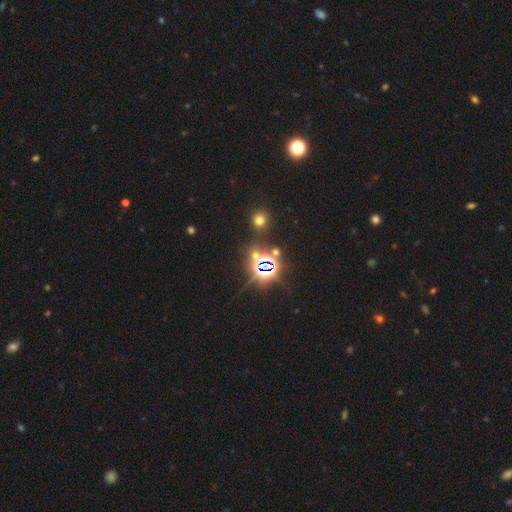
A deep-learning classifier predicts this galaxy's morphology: star or artifact 71%, smooth 20%, featured or disk 8%.